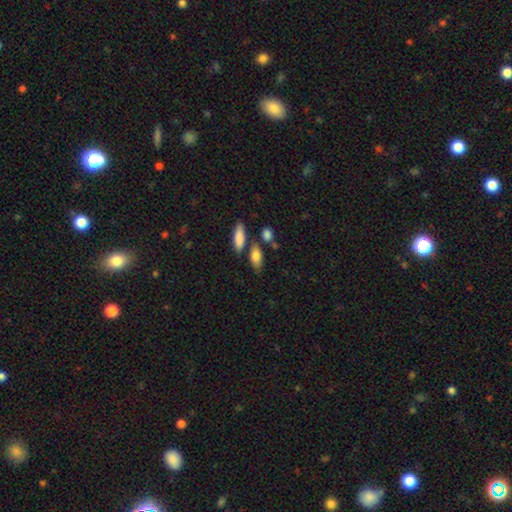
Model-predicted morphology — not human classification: smooth_or_featured: smooth (p=0.82) [alt: featured or disk p=0.11]
how_rounded: in between (p=0.79) [alt: cigar-shaped p=0.15]
merging: none (p=0.65) [alt: merger p=0.17]